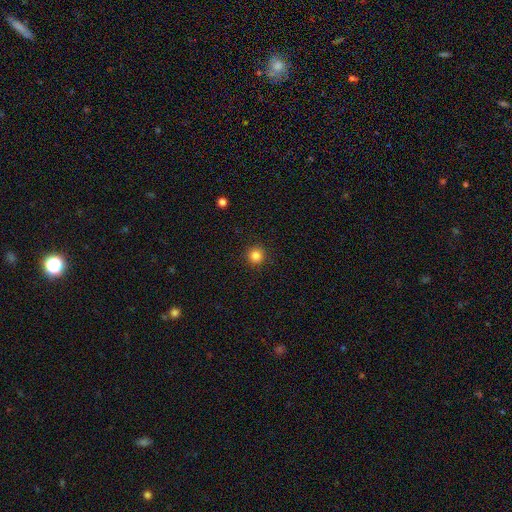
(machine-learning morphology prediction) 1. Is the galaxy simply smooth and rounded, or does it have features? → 84% smooth, 12% star or artifact, 4% featured or disk.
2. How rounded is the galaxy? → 95% round, 4% in between, 1% cigar-shaped.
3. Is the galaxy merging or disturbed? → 91% none, 5% minor disturbance, 2% major disturbance, 1% merger.